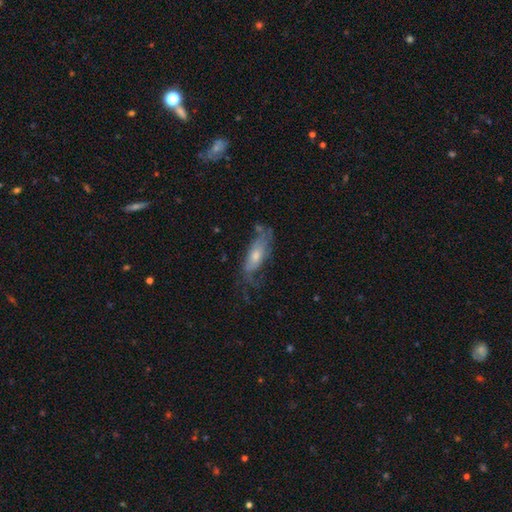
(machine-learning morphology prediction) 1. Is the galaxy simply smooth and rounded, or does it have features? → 55% featured or disk, 36% smooth, 8% star or artifact.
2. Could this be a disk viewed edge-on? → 76% no, 24% yes.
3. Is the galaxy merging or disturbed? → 46% none, 27% minor disturbance, 23% major disturbance, 4% merger.